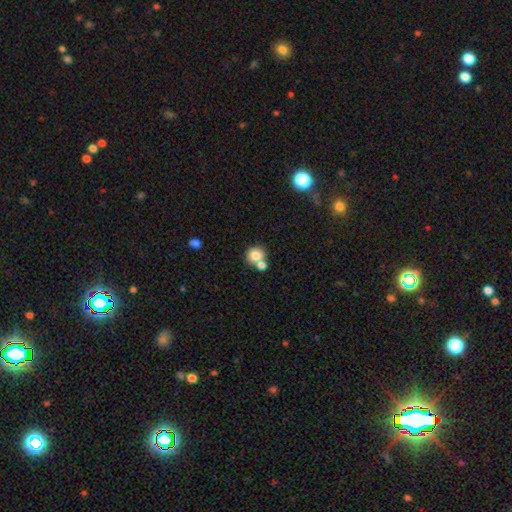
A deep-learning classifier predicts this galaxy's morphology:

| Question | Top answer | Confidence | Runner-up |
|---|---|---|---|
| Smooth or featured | smooth | 80% | featured or disk (10%) |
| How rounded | round | 84% | in between (15%) |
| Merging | none | 47% | merger (42%) |